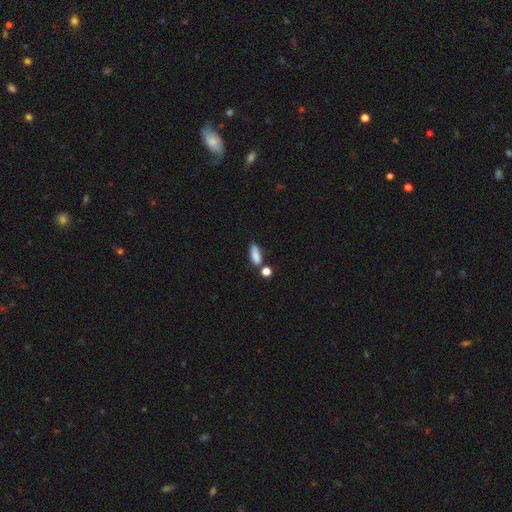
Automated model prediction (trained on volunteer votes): smooth-or-featured: smooth: 84% | star or artifact: 9% | featured or disk: 7%
  how-rounded: in between: 68% | cigar-shaped: 27% | round: 6%
  merging: none: 60% | minor disturbance: 18% | merger: 17% | major disturbance: 6%